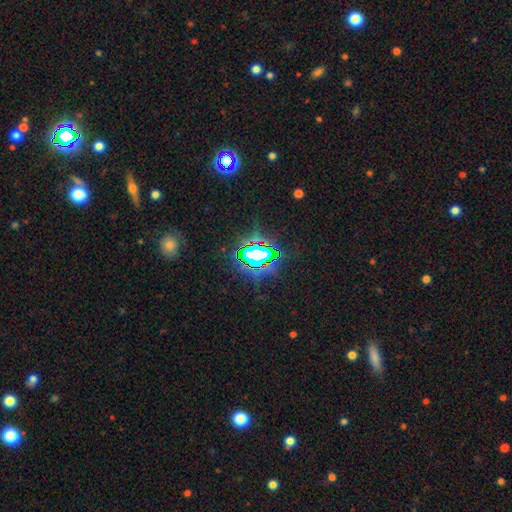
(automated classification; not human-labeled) Q: Smooth or featured?
A: star or artifact (76%); runner-up: smooth (13%)